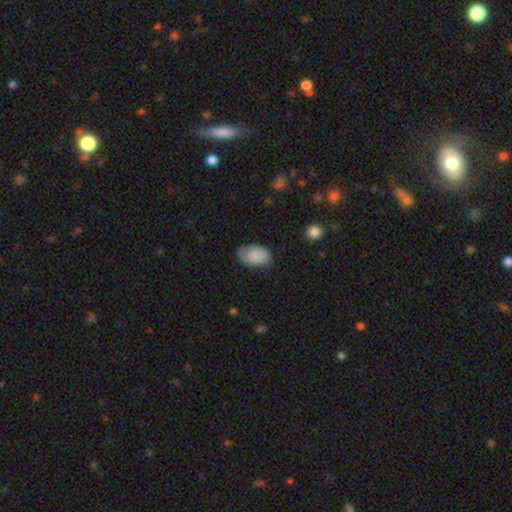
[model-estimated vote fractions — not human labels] Smooth or featured: smooth — 80% (featured or disk — 14%)
How rounded: in between — 92% (round — 6%)
Merging: none — 70% (minor disturbance — 24%)